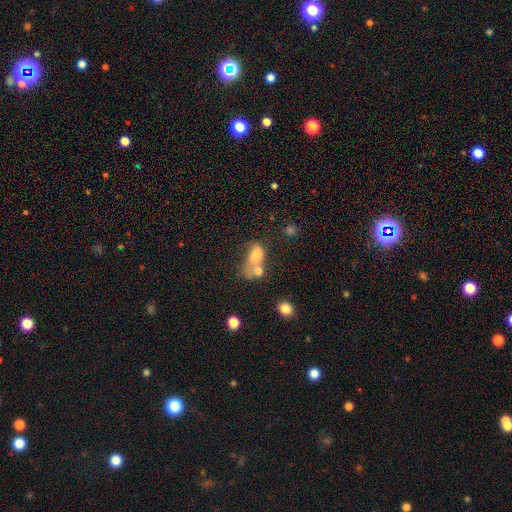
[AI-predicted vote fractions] smooth-or-featured: smooth: 66% | featured or disk: 22% | star or artifact: 13%
  how-rounded: in between: 73% | round: 24% | cigar-shaped: 3%
  merging: merger: 55% | major disturbance: 17% | none: 17% | minor disturbance: 12%